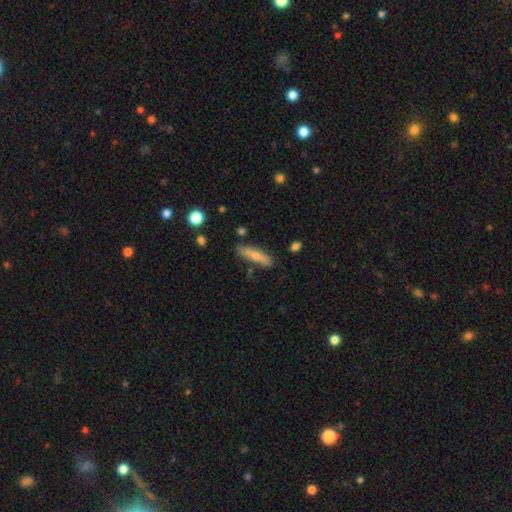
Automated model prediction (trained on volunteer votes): This appears to be a smooth galaxy with no disk features (62%) that is cigar-shaped (77%). Merging: none (77%).